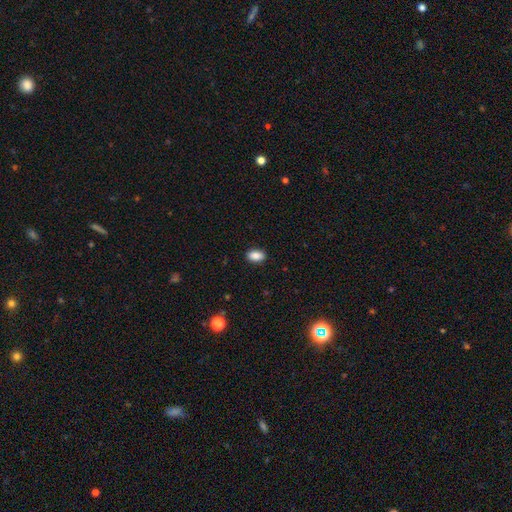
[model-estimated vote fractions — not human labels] Morphology: type=smooth (88%); roundness=in between (90%); merging=none (89%).